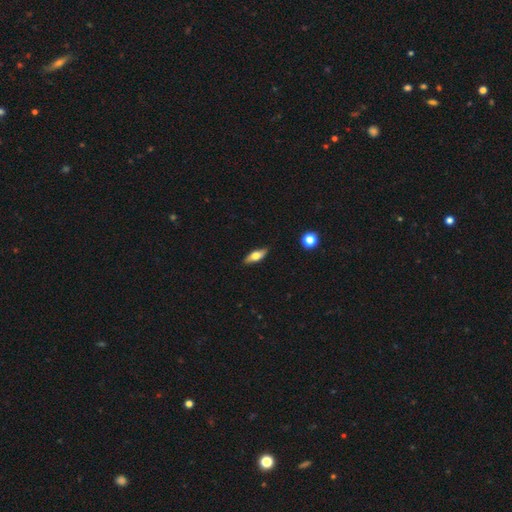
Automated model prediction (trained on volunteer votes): This is possibly a smooth galaxy (55%). How rounded: likely in between (63%). Merging: clearly none (87%).